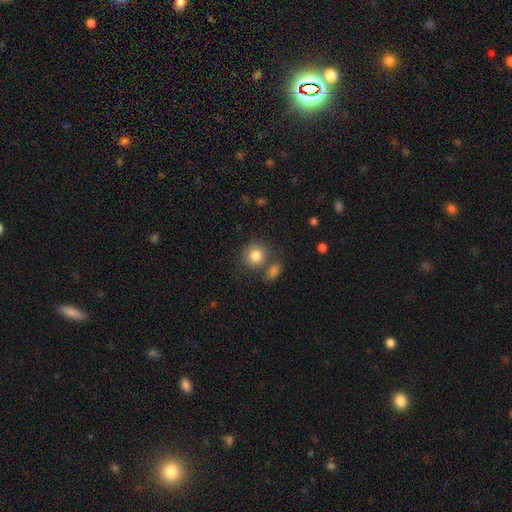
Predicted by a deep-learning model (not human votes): Smooth or featured? smooth (83%)
How rounded? round (85%)
Merging? none (67%)